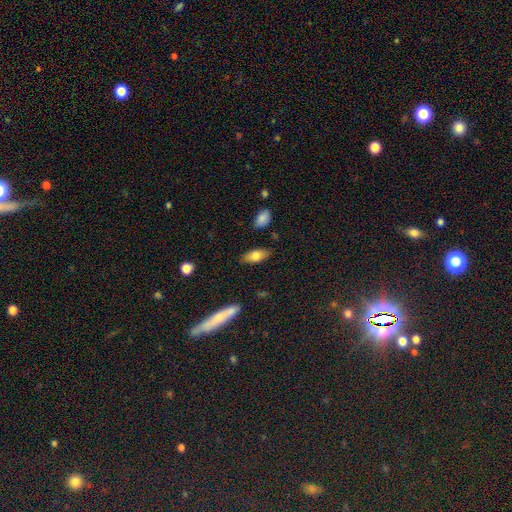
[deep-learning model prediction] smooth_or_featured: smooth (p=0.76) [alt: featured or disk p=0.17]
how_rounded: in between (p=0.85) [alt: cigar-shaped p=0.12]
merging: none (p=0.84) [alt: minor disturbance p=0.12]